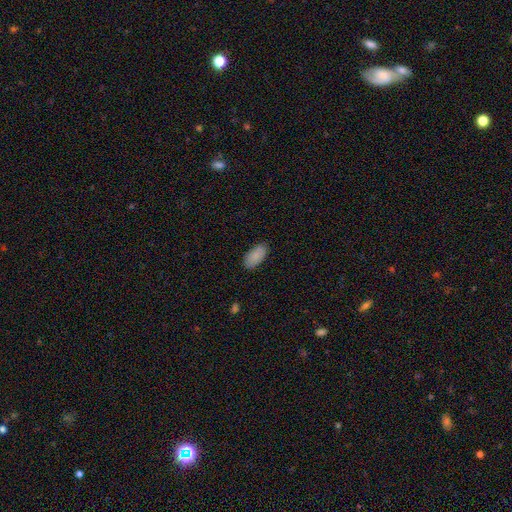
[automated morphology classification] This is clearly a smooth galaxy (88%). How rounded: clearly in between (94%). Merging: clearly none (86%).